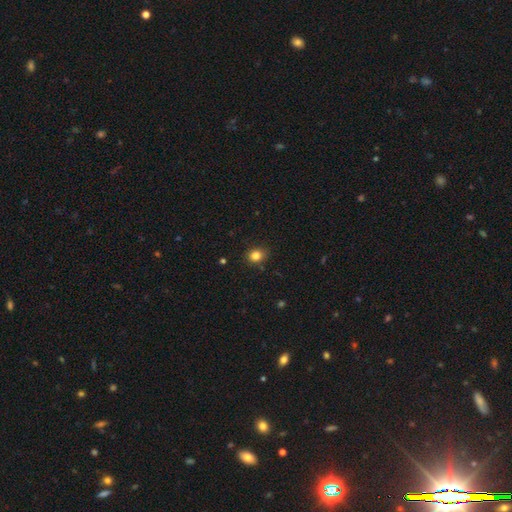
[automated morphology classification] Q: Smooth or featured?
A: smooth (83%); runner-up: star or artifact (12%)
Q: How rounded?
A: round (58%); runner-up: in between (41%)
Q: Merging?
A: none (84%); runner-up: minor disturbance (12%)